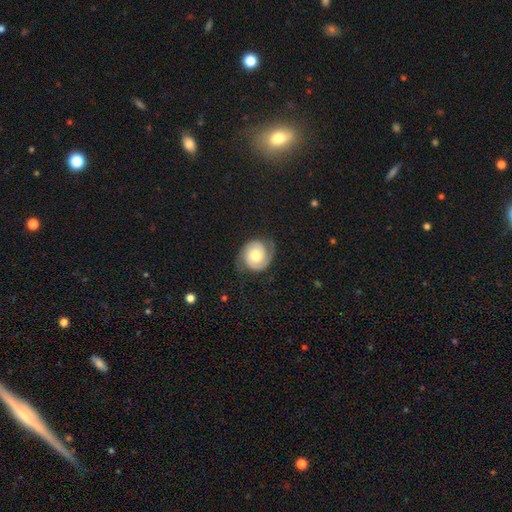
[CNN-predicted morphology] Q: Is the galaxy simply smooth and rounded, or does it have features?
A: featured or disk — 80%.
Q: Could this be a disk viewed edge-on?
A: no — 98%.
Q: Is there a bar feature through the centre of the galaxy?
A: no — 73%.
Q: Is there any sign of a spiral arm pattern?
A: yes — 95%.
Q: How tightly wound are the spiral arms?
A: tight — 57%.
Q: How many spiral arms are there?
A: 2 — 87%.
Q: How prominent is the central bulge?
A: moderate — 75%.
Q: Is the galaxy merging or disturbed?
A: none — 75%.